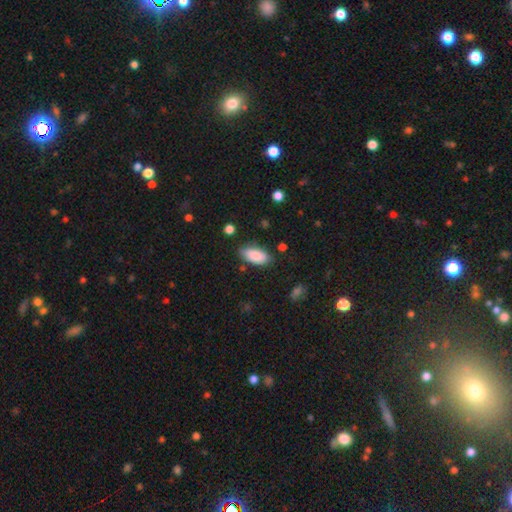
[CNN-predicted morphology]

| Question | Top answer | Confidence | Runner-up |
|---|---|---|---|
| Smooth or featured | smooth | 85% | featured or disk (8%) |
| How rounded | in between | 92% | cigar-shaped (6%) |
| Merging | none | 77% | minor disturbance (17%) |